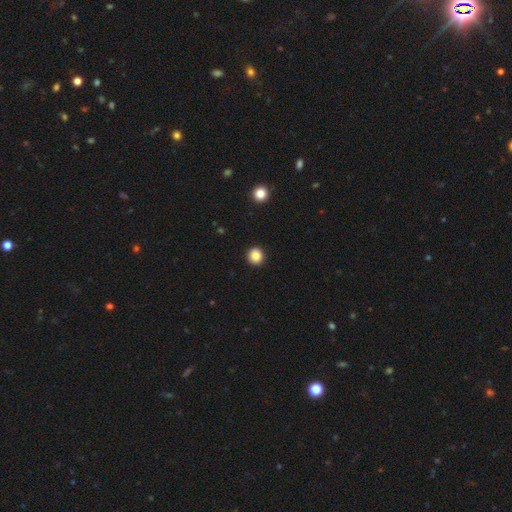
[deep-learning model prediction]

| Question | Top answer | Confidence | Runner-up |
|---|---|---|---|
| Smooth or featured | smooth | 87% | star or artifact (10%) |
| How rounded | round | 93% | in between (6%) |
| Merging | none | 93% | minor disturbance (4%) |